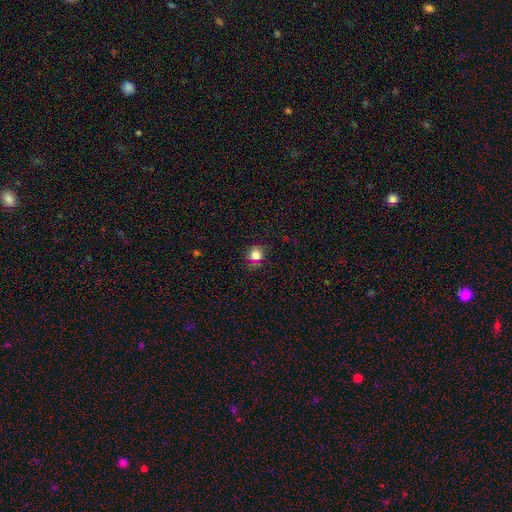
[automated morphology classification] Smooth or featured? smooth (79%)
How rounded? round (82%)
Merging? none (79%)